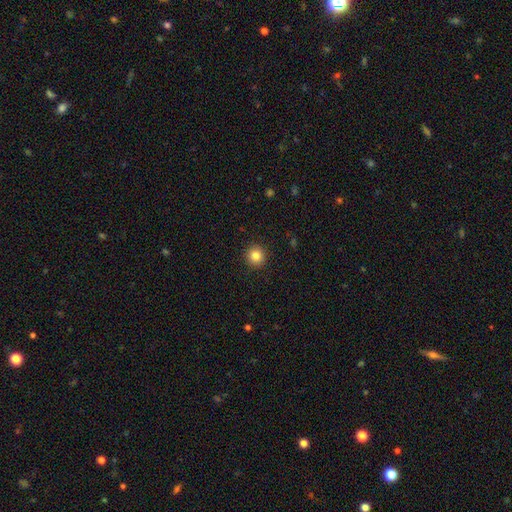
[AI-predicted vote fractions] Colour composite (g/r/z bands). It shows a smooth galaxy with no disk features (84%) that is round (94%). Merging: none (92%).